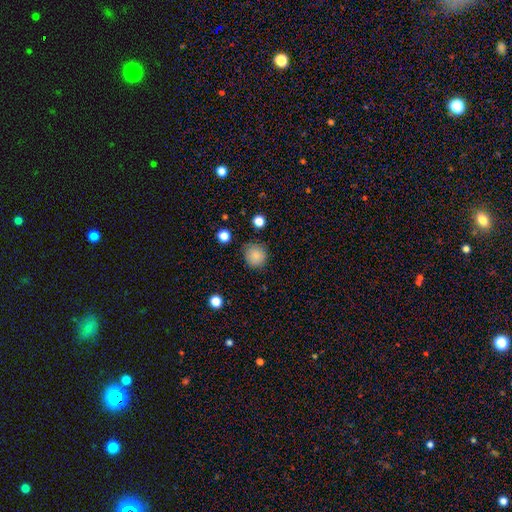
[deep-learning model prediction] Smooth or featured? Predicted: smooth (p=0.85). How rounded? Predicted: round (p=0.90). Merging? Predicted: none (p=0.82).